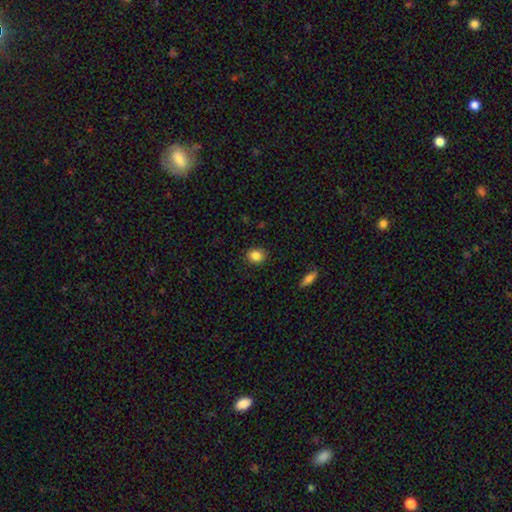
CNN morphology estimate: The model was most divided on "how rounded": round: 60%, in between: 39%, cigar-shaped: 1%. More confident: merging — none (88%); smooth or featured — smooth (85%).